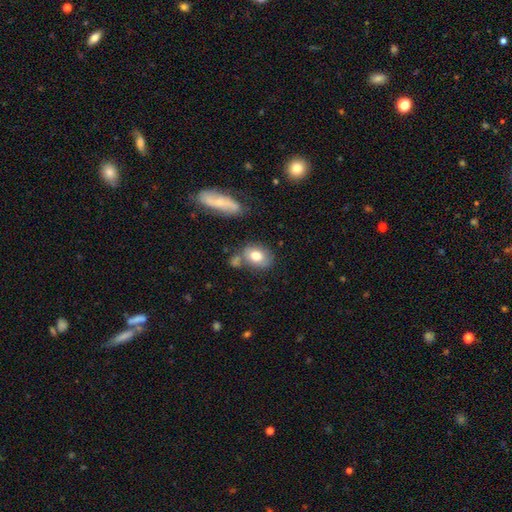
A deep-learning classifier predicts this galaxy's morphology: smooth-or-featured: smooth: 75% | featured or disk: 17% | star or artifact: 8%
  how-rounded: in between: 68% | round: 31% | cigar-shaped: 2%
  merging: none: 61% | minor disturbance: 19% | merger: 14% | major disturbance: 6%